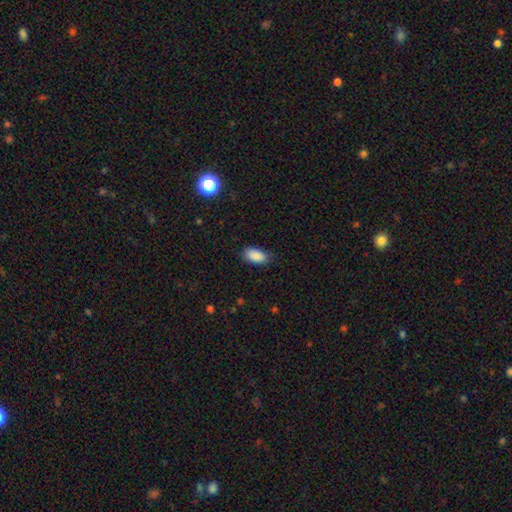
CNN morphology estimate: type=smooth (89%); roundness=in between (93%); merging=none (76%).